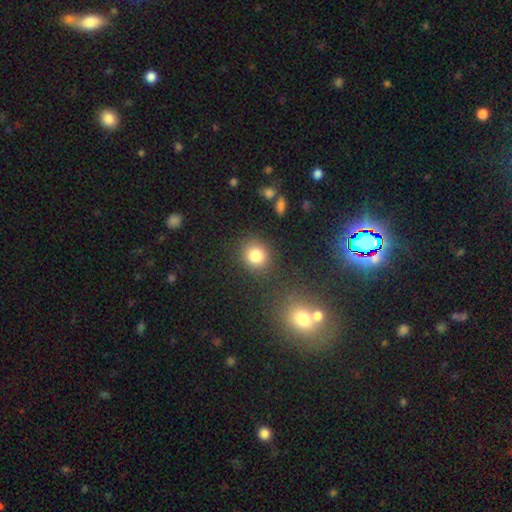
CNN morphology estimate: smooth-or-featured: smooth: 82% | star or artifact: 12% | featured or disk: 6%
  how-rounded: round: 75% | in between: 24% | cigar-shaped: 1%
  merging: none: 83% | minor disturbance: 9% | merger: 4% | major disturbance: 3%